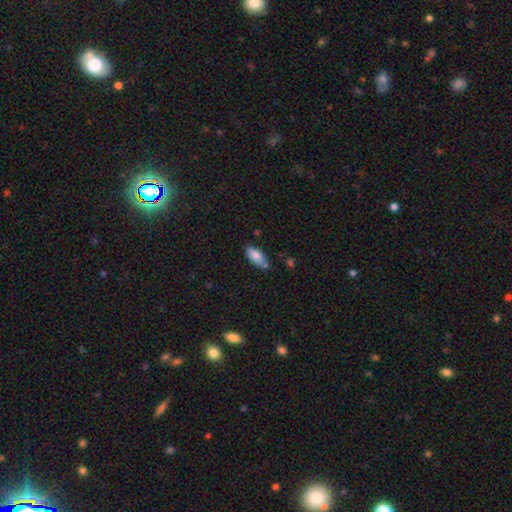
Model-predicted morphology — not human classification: smooth_or_featured: smooth (p=0.83) [alt: featured or disk p=0.10]
how_rounded: in between (p=0.83) [alt: cigar-shaped p=0.15]
merging: none (p=0.62) [alt: minor disturbance p=0.26]